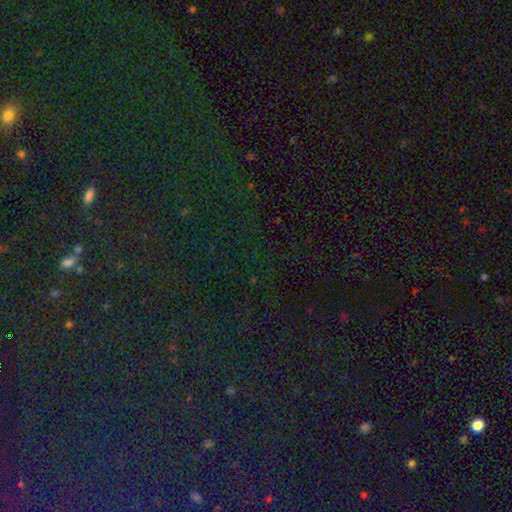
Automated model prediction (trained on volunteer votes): This is clearly a star or artifact rather than a galaxy (82%).